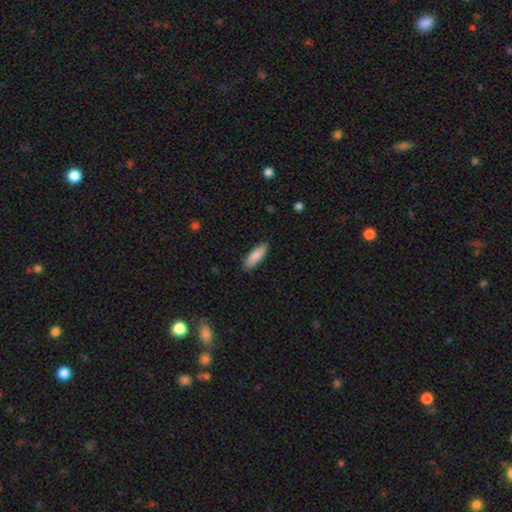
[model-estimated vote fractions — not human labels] smooth_or_featured: smooth (p=0.85) [alt: featured or disk p=0.09]
how_rounded: in between (p=0.56) [alt: cigar-shaped p=0.43]
merging: none (p=0.86) [alt: minor disturbance p=0.11]